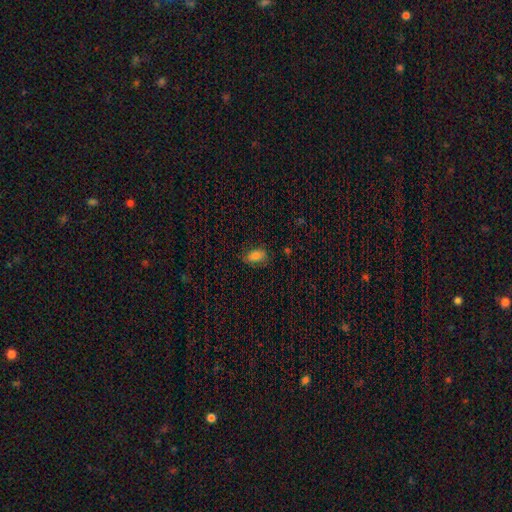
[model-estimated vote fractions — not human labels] Smooth or featured? Predicted: smooth (p=0.81). How rounded? Predicted: in between (p=0.88). Merging? Predicted: none (p=0.76).